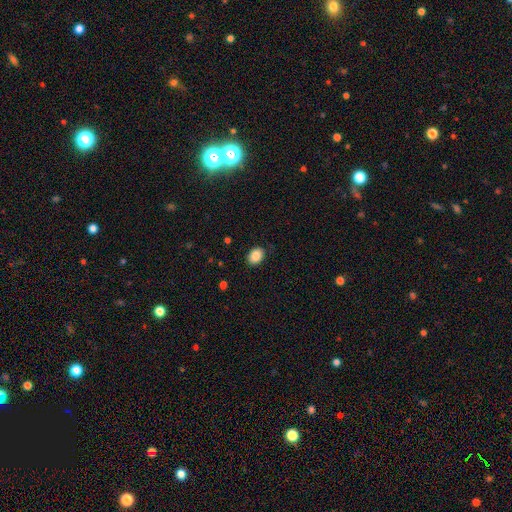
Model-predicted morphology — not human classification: Q: Smooth or featured?
A: smooth (86%); runner-up: star or artifact (8%)
Q: How rounded?
A: in between (66%); runner-up: round (33%)
Q: Merging?
A: none (86%); runner-up: minor disturbance (11%)